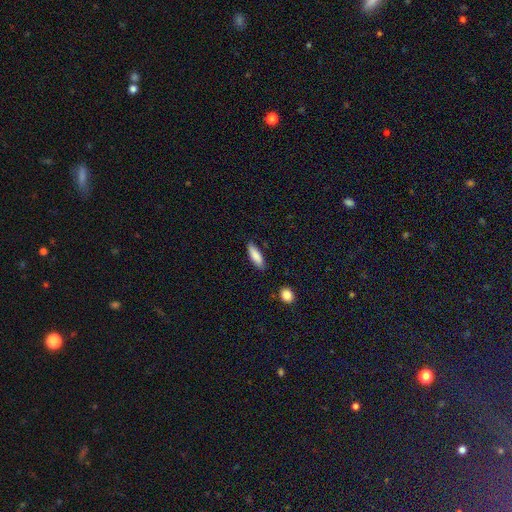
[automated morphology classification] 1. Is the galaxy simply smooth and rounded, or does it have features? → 84% smooth, 10% featured or disk, 6% star or artifact.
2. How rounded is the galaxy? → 49% cigar-shaped (tied), 49% in between (tied), 2% round.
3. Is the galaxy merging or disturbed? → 85% none, 11% minor disturbance, 2% major disturbance, 2% merger.